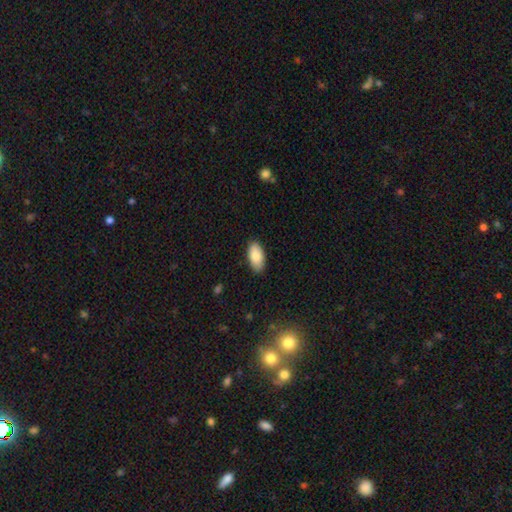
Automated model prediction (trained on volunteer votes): Morphology: type=smooth (86%); roundness=in between (93%); merging=none (87%).